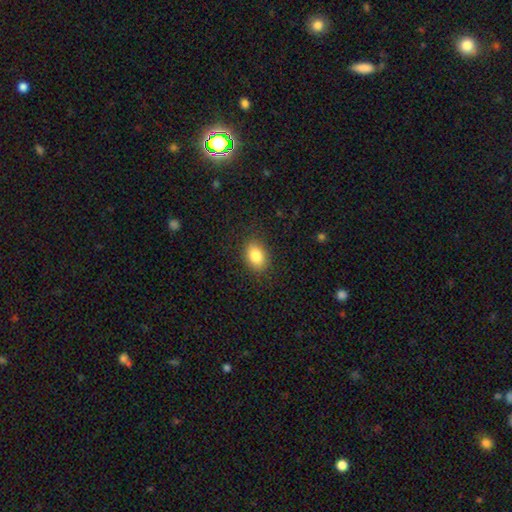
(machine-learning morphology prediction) A smooth galaxy with no disk features (84%) that is in between round and cigar-shaped (80%). Merging: none (87%).